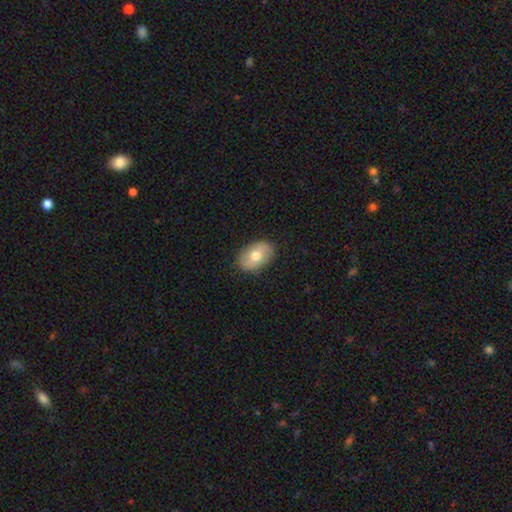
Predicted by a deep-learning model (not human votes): Smooth or featured?
  - smooth: 69% *
  - featured or disk: 25%
  - star or artifact: 6%
How rounded?
  - in between: 86% *
  - round: 13%
  - cigar-shaped: 1%
Merging?
  - none: 86% *
  - minor disturbance: 11%
  - major disturbance: 2%
  - merger: 1%